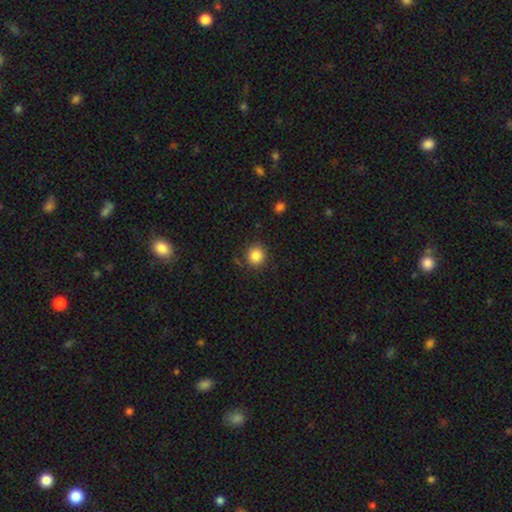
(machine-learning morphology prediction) Overall: smooth (85%). How rounded: round (88%). Merging: none (86%).